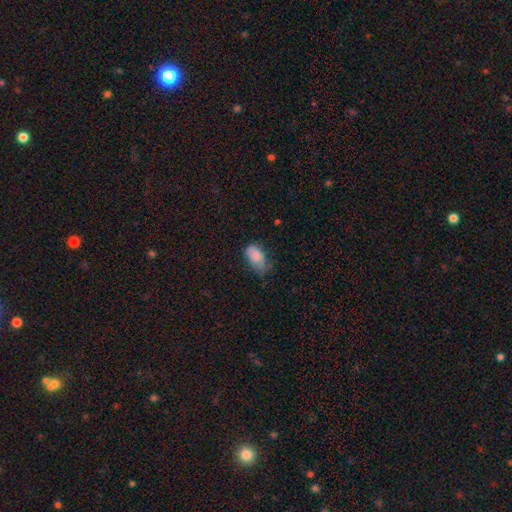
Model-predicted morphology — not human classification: Smooth or featured? Predicted: smooth (p=0.84). How rounded? Predicted: in between (p=0.93). Merging? Predicted: none (p=0.43).